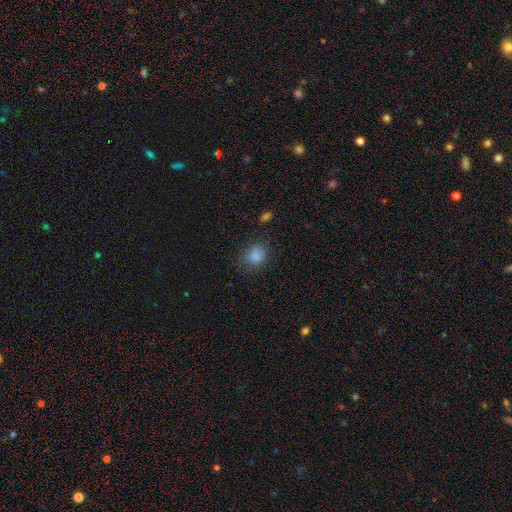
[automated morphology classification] smooth 83%, star or artifact 11%, featured or disk 5%. Down the decision tree: how rounded — round (70%); merging — none (73%).